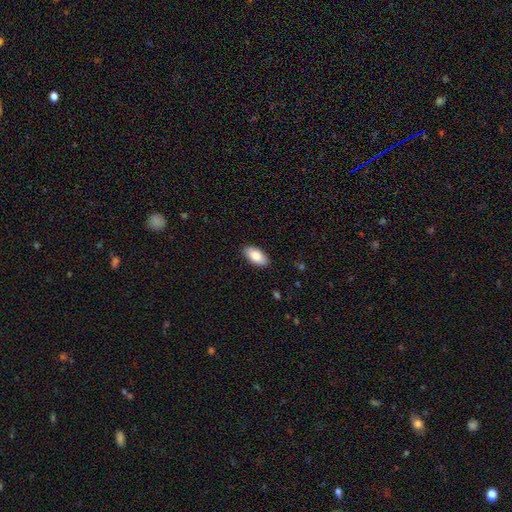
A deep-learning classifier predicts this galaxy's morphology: Smooth or featured?
  - smooth: 84% *
  - featured or disk: 10%
  - star or artifact: 6%
How rounded?
  - in between: 93% *
  - cigar-shaped: 4%
  - round: 2%
Merging?
  - none: 89% *
  - minor disturbance: 8%
  - major disturbance: 2%
  - merger: 1%